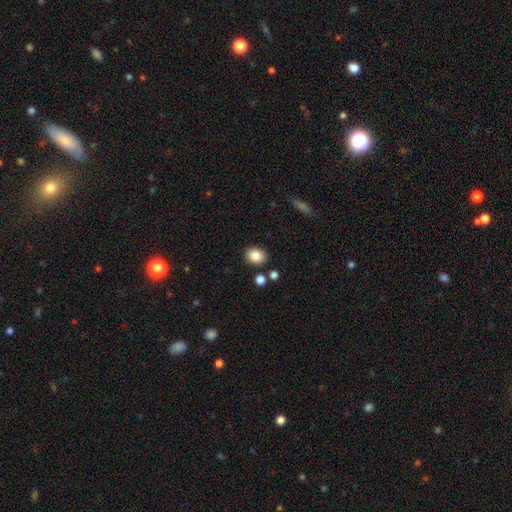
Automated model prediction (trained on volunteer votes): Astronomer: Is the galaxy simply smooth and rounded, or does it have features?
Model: smooth — 85%.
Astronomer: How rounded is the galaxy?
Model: in between — 56% (runner-up: round, 43%).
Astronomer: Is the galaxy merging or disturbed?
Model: none — 83%.